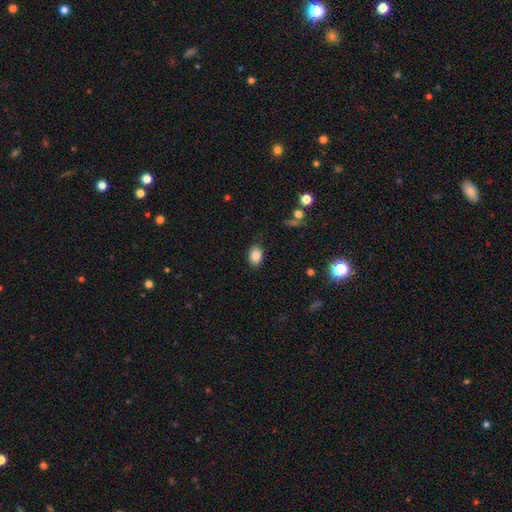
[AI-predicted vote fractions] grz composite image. It shows a smooth galaxy with no disk features (85%) that is in between round and cigar-shaped (77%). Merging: none (87%).